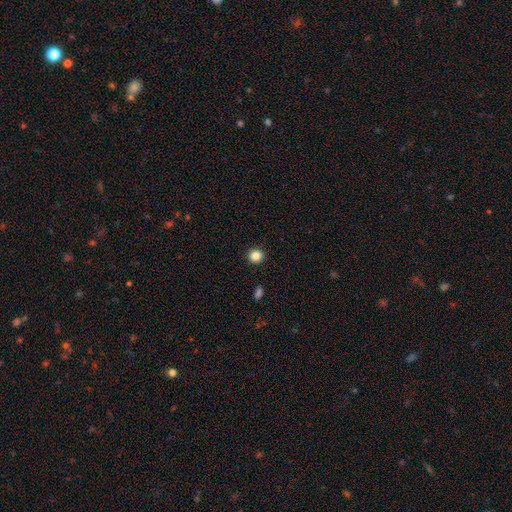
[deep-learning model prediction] Overall: smooth (85%). How rounded: round (92%). Merging: none (93%).